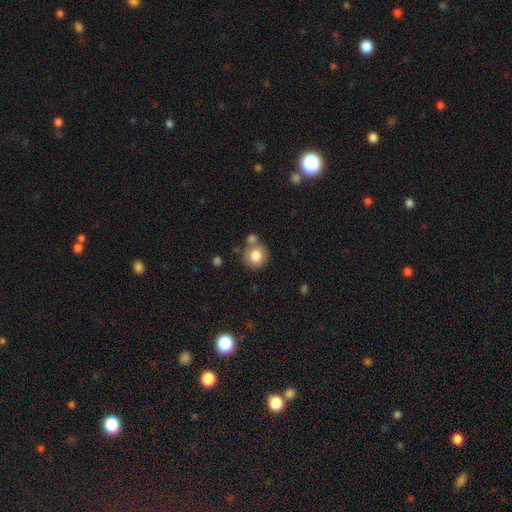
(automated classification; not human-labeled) A smooth galaxy with no disk features (80%) that is round (84%). Merging: none (60%).